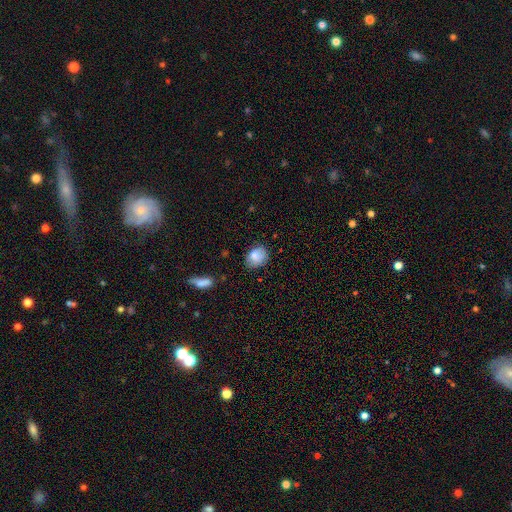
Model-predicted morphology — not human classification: Smooth or featured? smooth (80%)
How rounded? in between (57%)
Merging? none (68%)